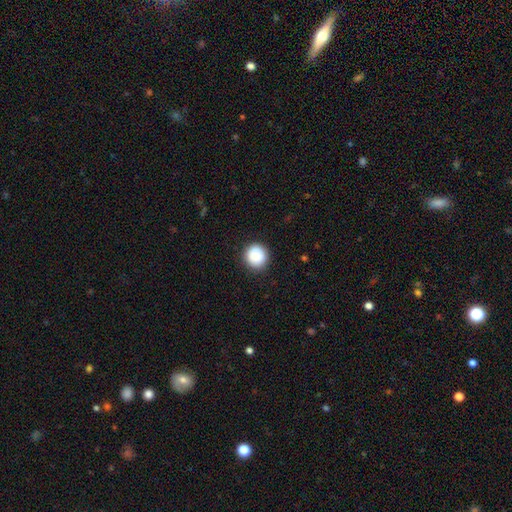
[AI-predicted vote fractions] smooth_or_featured: smooth (p=0.88) [alt: star or artifact p=0.08]
how_rounded: round (p=0.93) [alt: in between p=0.06]
merging: none (p=0.90) [alt: minor disturbance p=0.07]